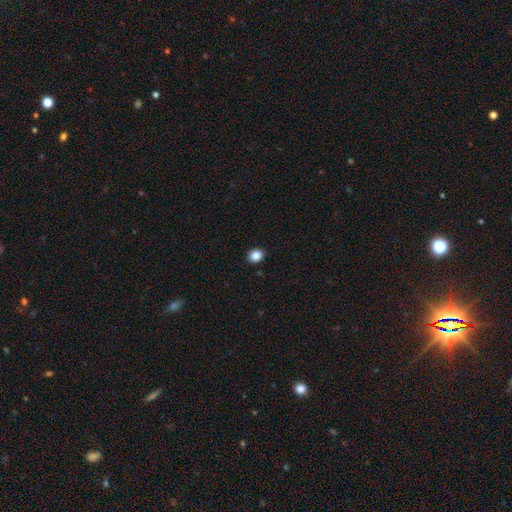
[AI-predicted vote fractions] Smooth or featured? smooth (86%)
How rounded? round (58%)
Merging? none (90%)